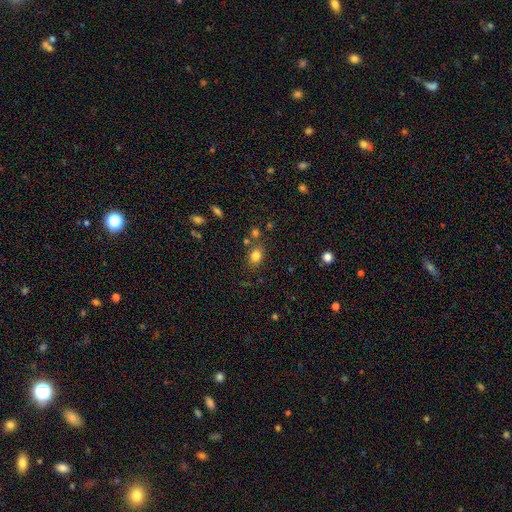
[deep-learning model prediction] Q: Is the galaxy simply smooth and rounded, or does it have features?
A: smooth — 81%.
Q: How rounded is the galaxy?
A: in between — 60%.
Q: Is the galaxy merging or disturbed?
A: none — 73%.